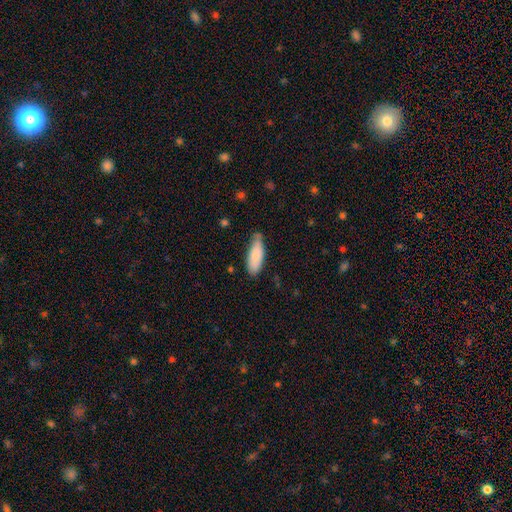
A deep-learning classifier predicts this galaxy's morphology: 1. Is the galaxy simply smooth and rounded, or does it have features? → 85% smooth, 10% featured or disk, 6% star or artifact.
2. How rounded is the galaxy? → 70% in between, 29% cigar-shaped, 2% round.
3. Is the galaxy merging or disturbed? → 64% none, 28% minor disturbance, 5% major disturbance, 3% merger.